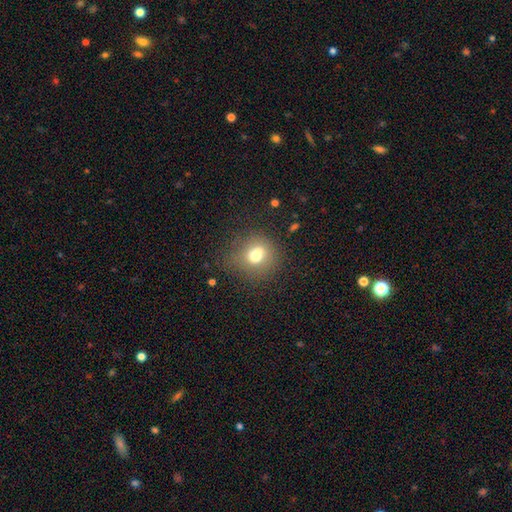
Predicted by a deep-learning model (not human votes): Overall: smooth (71%). How rounded: round (73%). Merging: none (66%).